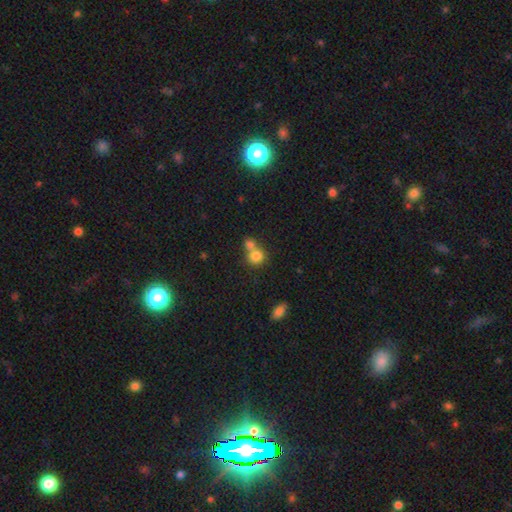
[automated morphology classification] smooth_or_featured: smooth (p=0.80) [alt: star or artifact p=0.11]
how_rounded: round (p=0.82) [alt: in between p=0.17]
merging: merger (p=0.53) [alt: none p=0.38]